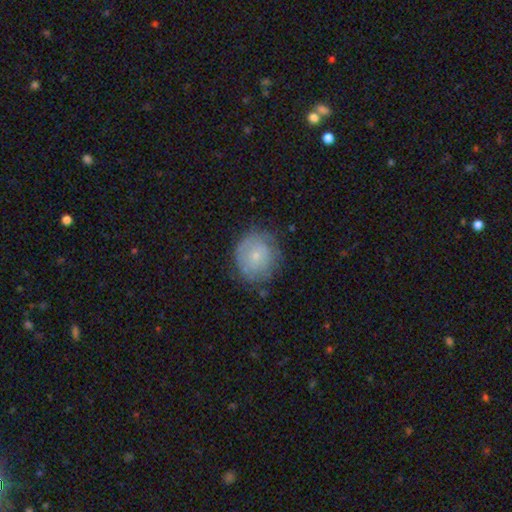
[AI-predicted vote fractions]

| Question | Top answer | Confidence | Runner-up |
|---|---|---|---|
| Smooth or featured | smooth | 56% | featured or disk (36%) |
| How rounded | round | 80% | in between (20%) |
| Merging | none | 69% | minor disturbance (22%) |